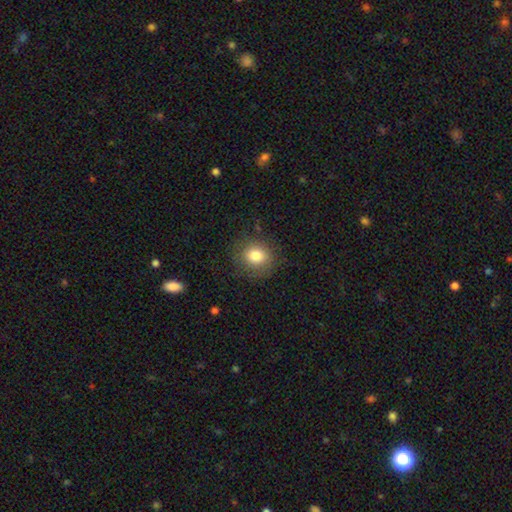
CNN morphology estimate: smooth_or_featured: smooth (p=0.80) [alt: star or artifact p=0.10]
how_rounded: round (p=0.80) [alt: in between p=0.19]
merging: none (p=0.83) [alt: minor disturbance p=0.11]